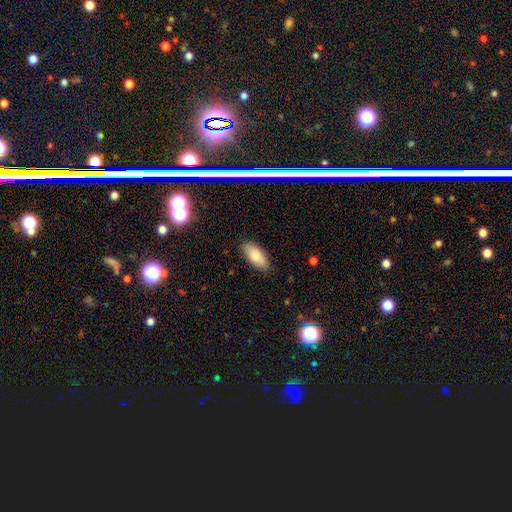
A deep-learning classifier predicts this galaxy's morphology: Overall: smooth (85%). How rounded: in between (89%). Merging: none (85%).